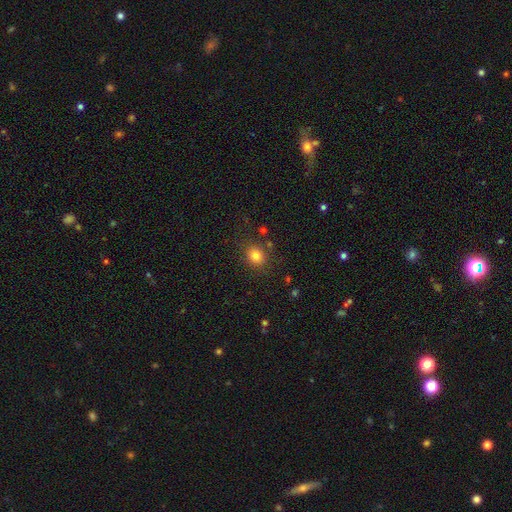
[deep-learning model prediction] A smooth galaxy with no disk features (80%) that is round (64%).

Vote fractions:
- Smooth or featured? smooth: 80% / star or artifact: 13% / featured or disk: 7%
- How rounded? round: 64% / in between: 35% / cigar-shaped: 1%
- Merging? none: 84% / minor disturbance: 10% / major disturbance: 3% / merger: 3%